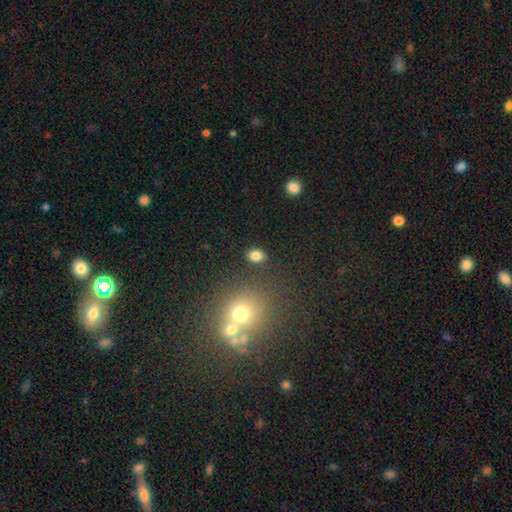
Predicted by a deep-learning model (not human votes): Overall: smooth (82%). How rounded: in between (59%; round 40%). Merging: none (83%).